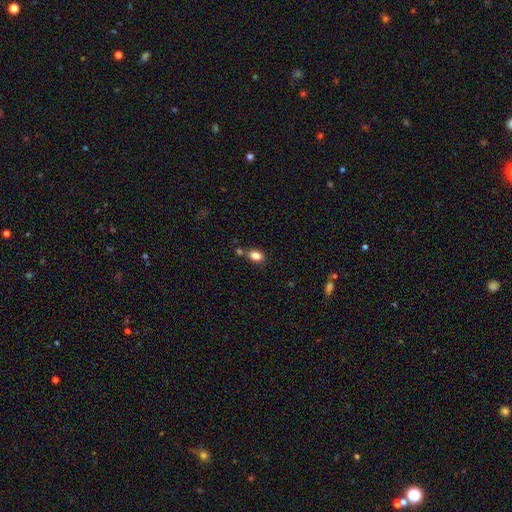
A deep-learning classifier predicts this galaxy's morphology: type=smooth (84%); roundness=in between (81%); merging=none (69%).